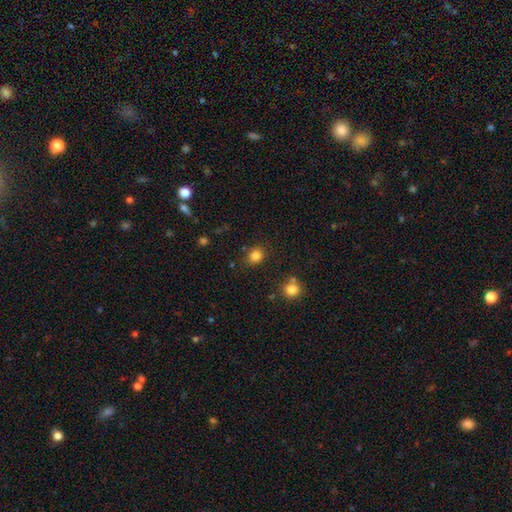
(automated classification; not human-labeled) Smooth or featured?
  - smooth: 82% *
  - star or artifact: 12%
  - featured or disk: 5%
How rounded?
  - round: 67% *
  - in between: 32%
  - cigar-shaped: 1%
Merging?
  - none: 81% *
  - minor disturbance: 12%
  - merger: 4%
  - major disturbance: 3%